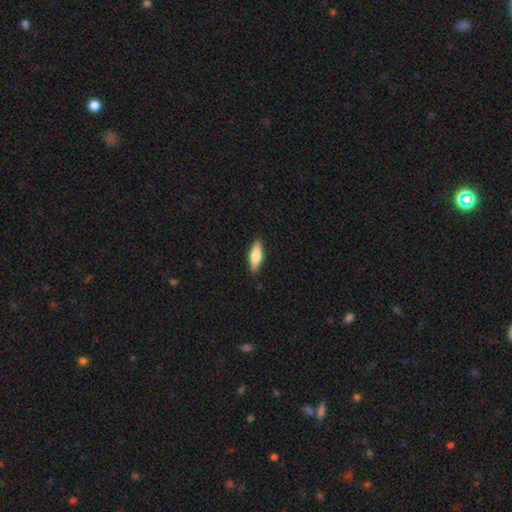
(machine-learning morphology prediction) A smooth galaxy with no disk features (69%) that is in between round and cigar-shaped (62%). Merging: none (87%).